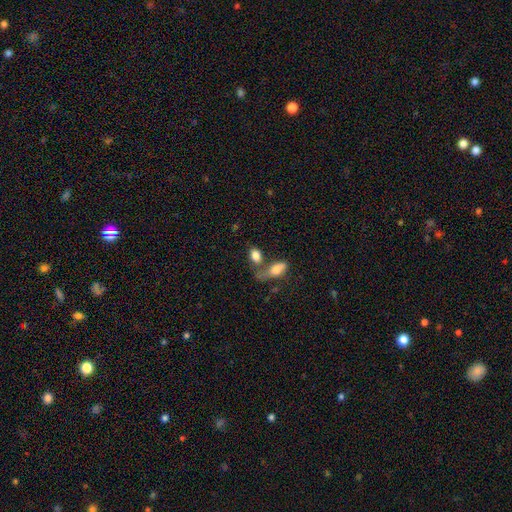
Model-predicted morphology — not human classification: The model was most divided on "merging": merger: 43%, none: 39%, minor disturbance: 12%, major disturbance: 7%. More confident: how rounded — in between (83%); smooth or featured — smooth (82%).